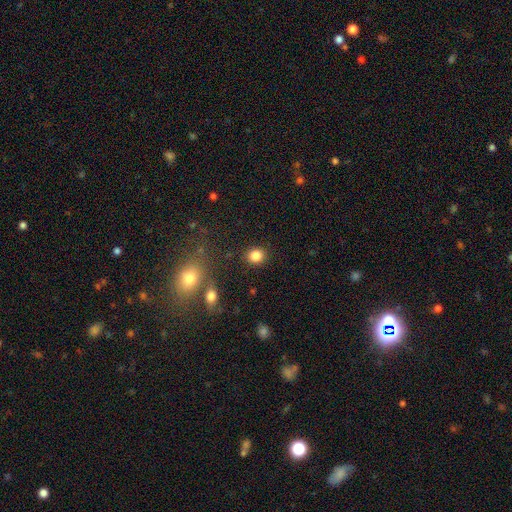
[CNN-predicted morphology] Smooth or featured? Predicted: smooth (p=0.85). How rounded? Predicted: round (p=0.75). Merging? Predicted: none (p=0.88).